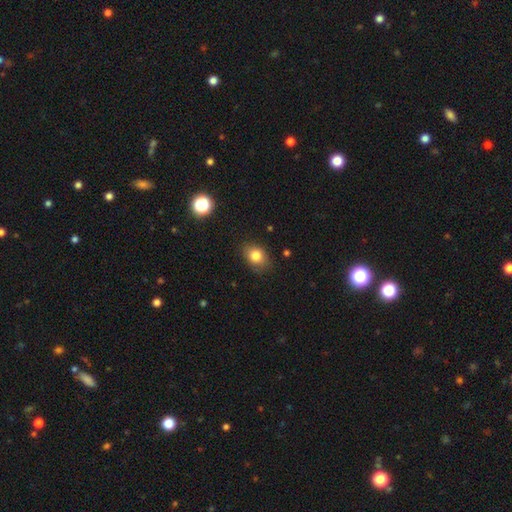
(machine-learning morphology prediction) type=smooth (82%); roundness=in between (67%); merging=none (80%).